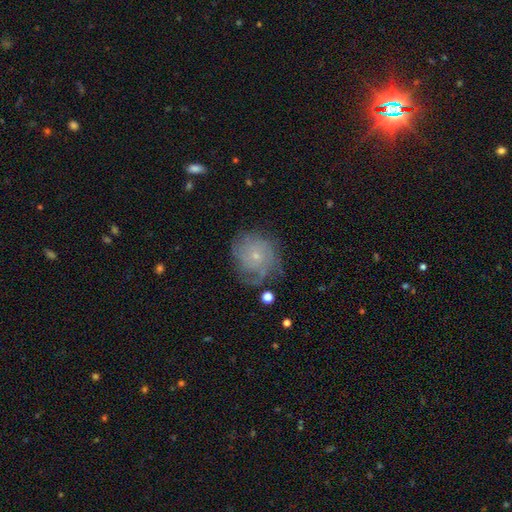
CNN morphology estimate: smooth-or-featured: featured or disk: 62% | smooth: 29% | star or artifact: 10%
  disk-edge-on: no: 97% | yes: 3%
    bar: no: 84% | weak: 14% | strong: 2%
    has-spiral-arms: yes: 83% | no: 17%
    bulge-size: small: 80% | moderate: 15% | none: 3% | large: 1% | dominant: 1%
  merging: none: 63% | minor disturbance: 22% | major disturbance: 13% | merger: 2%